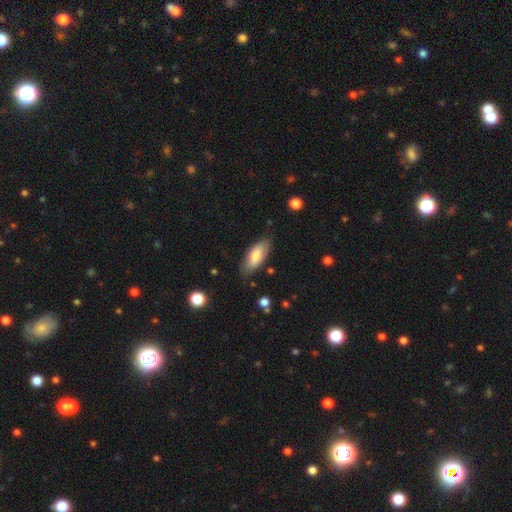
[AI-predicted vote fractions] Morphology: type=smooth (74%); roundness=in between (80%); merging=none (80%).